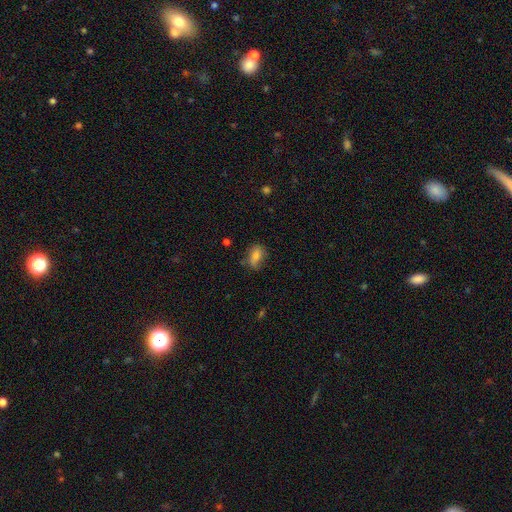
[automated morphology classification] smooth_or_featured: smooth (p=0.72) [alt: featured or disk p=0.18]
how_rounded: in between (p=0.81) [alt: round p=0.12]
merging: none (p=0.63) [alt: minor disturbance p=0.26]